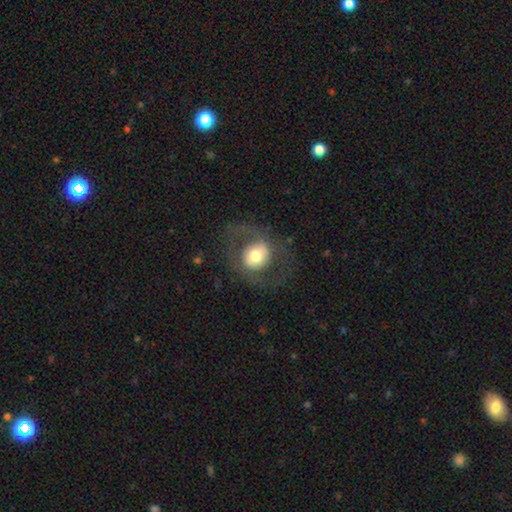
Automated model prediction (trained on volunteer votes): Smooth or featured? Predicted: smooth (p=0.49). Merging? Predicted: none (p=0.69).